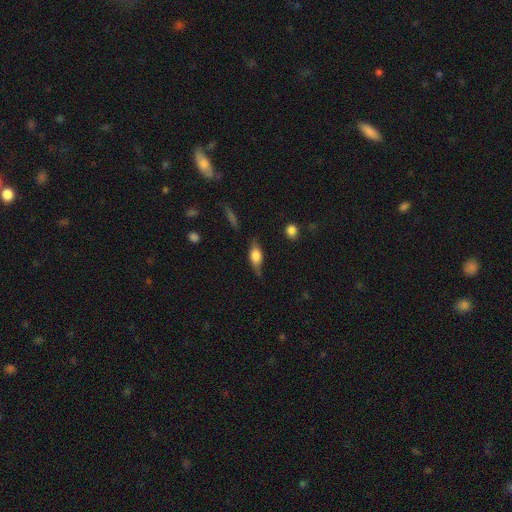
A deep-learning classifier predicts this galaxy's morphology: Q: Smooth or featured?
A: smooth (59%); runner-up: featured or disk (33%)
Q: How rounded?
A: in between (72%); runner-up: cigar-shaped (22%)
Q: Merging?
A: none (66%); runner-up: minor disturbance (25%)